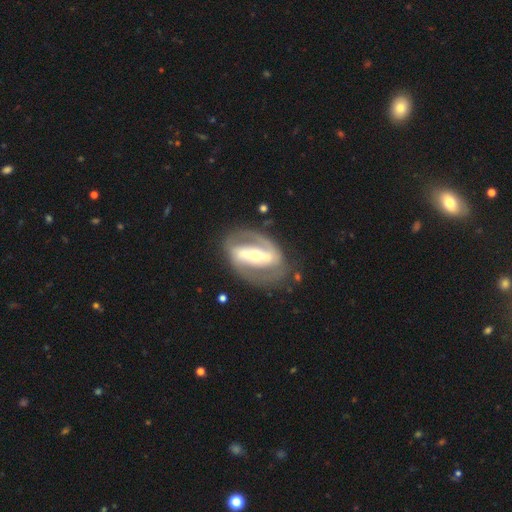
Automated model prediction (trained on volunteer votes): This appears to be a featured or disk galaxy (84%) with a strong bar (72%), 2 (84%) medium (41%) spiral arms (79%) and a moderate central bulge (51%). Merging: none (76%).